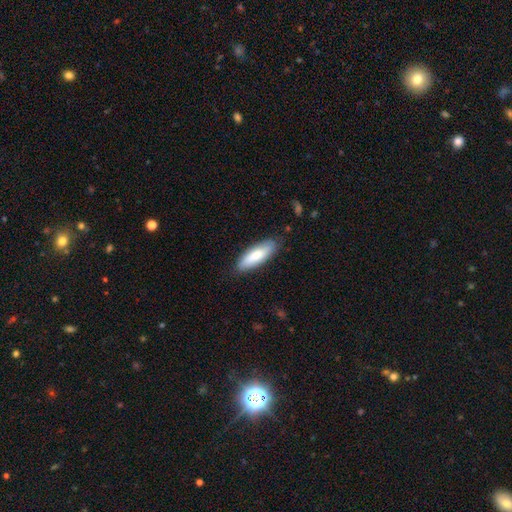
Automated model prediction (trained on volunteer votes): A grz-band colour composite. It shows a smooth galaxy with no disk features (78%) that is in between round and cigar-shaped (56%). Merging: none (83%).